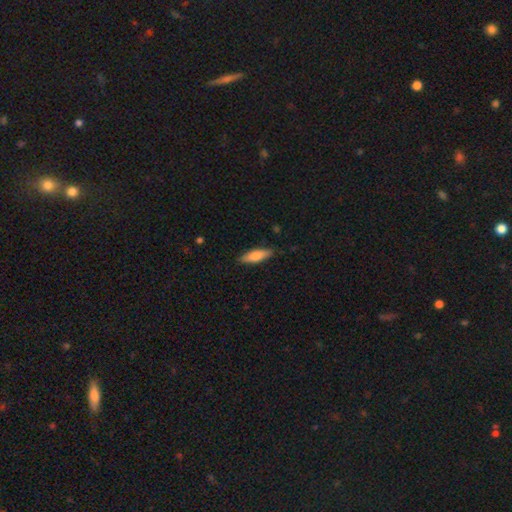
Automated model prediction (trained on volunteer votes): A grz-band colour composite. It shows a smooth galaxy with no disk features (76%) that is cigar-shaped (51%). Merging: none (86%).